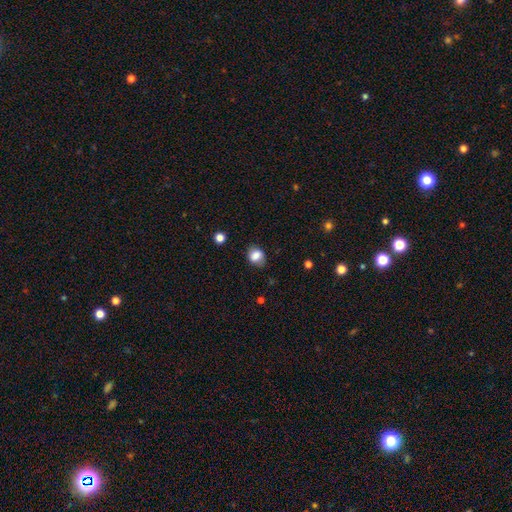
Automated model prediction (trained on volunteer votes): This appears to be a smooth galaxy with no disk features (80%) that is round (50%). Merging: none (73%).